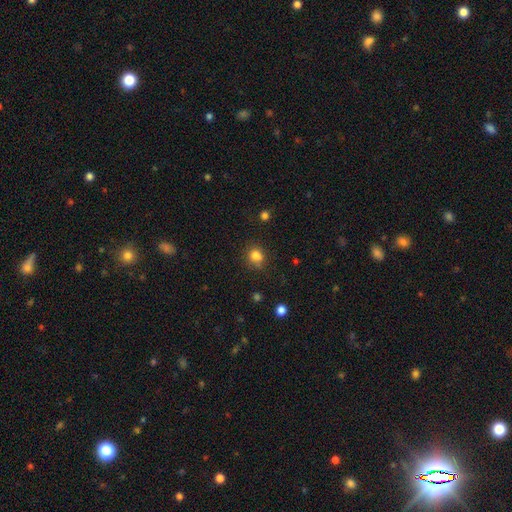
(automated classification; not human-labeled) smooth 81%, star or artifact 13%, featured or disk 6%. Down the decision tree: how rounded — round (78%); merging — none (67%).